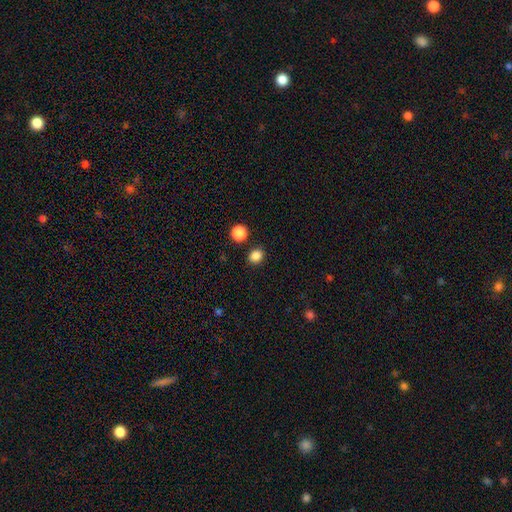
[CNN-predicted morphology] Smooth or featured?
  - smooth: 84% *
  - star or artifact: 12%
  - featured or disk: 3%
How rounded?
  - round: 68% *
  - in between: 31%
  - cigar-shaped: 1%
Merging?
  - none: 86% *
  - minor disturbance: 7%
  - merger: 5%
  - major disturbance: 2%